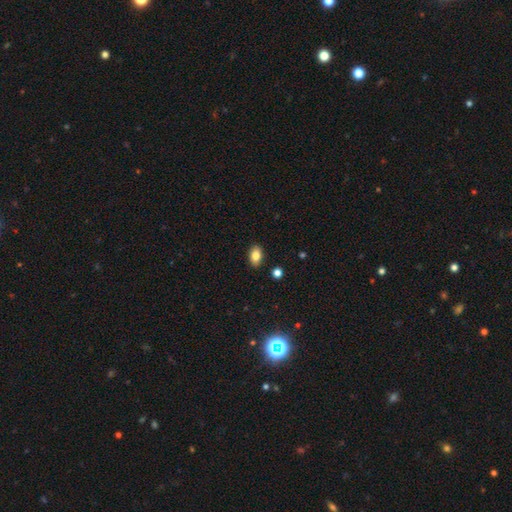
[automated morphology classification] Overall: smooth (83%). How rounded: in between (87%). Merging: none (89%).